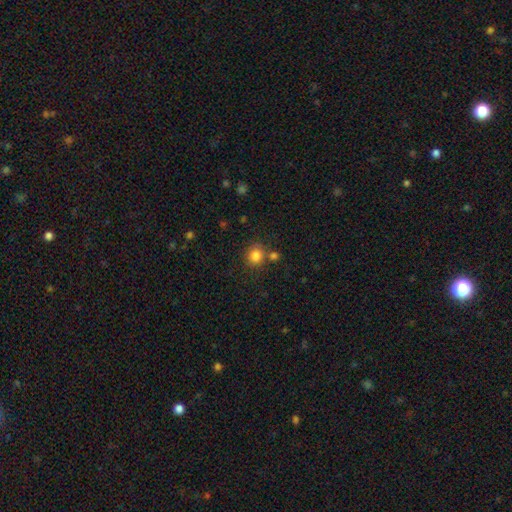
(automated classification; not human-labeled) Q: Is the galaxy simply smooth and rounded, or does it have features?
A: smooth — 83%.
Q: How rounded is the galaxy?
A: round — 84%.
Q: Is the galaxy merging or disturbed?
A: none — 74%.